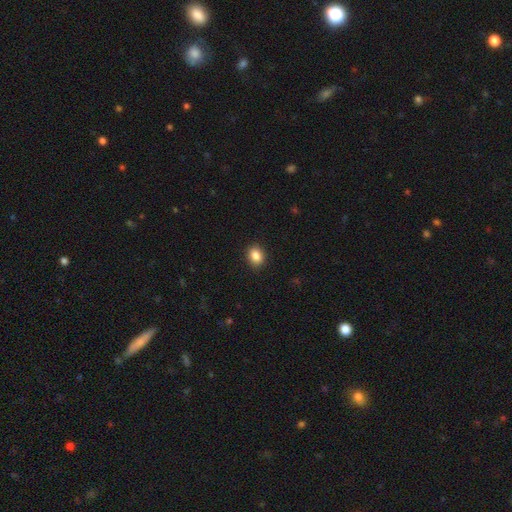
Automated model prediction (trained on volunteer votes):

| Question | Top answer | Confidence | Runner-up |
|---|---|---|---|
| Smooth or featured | smooth | 86% | star or artifact (9%) |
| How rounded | in between | 51% | round (48%) |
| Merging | none | 90% | minor disturbance (7%) |